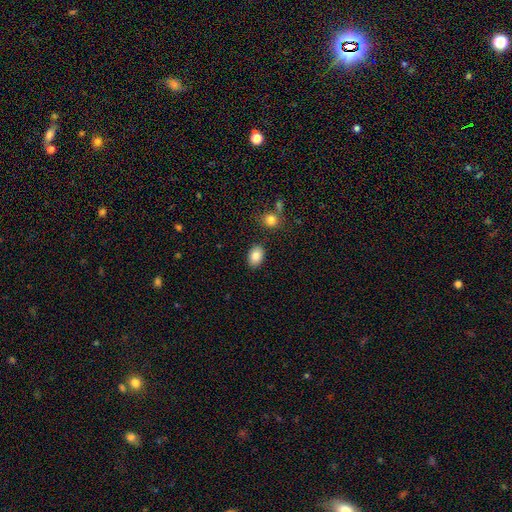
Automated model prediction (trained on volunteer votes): Smooth or featured? Predicted: smooth (p=0.84). How rounded? Predicted: in between (p=0.82). Merging? Predicted: none (p=0.86).